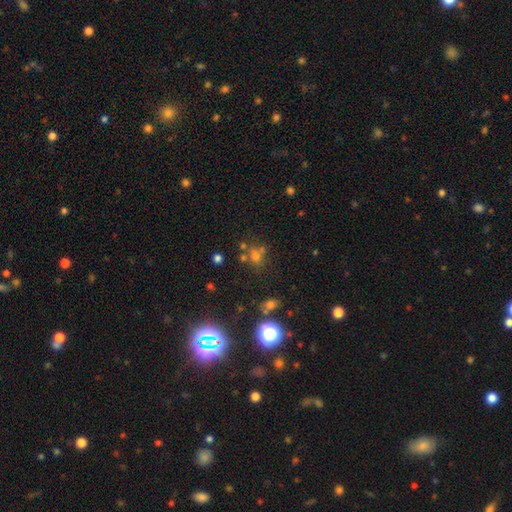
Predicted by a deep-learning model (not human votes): A smooth galaxy with no disk features (52%) that is round (70%). Merging: none (55%).